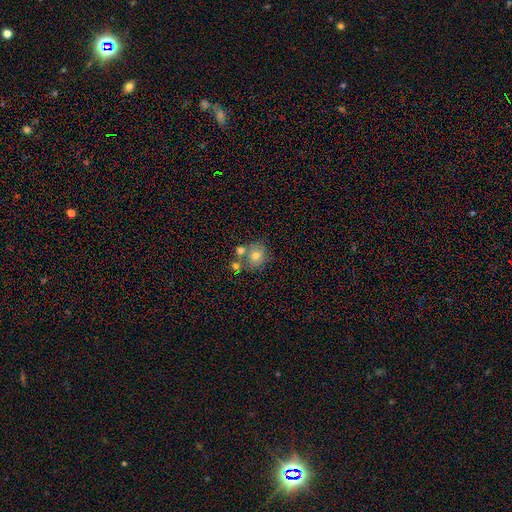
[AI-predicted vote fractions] This is likely a smooth galaxy (69%). How rounded: likely round (77%). Merging: possibly none (55%).